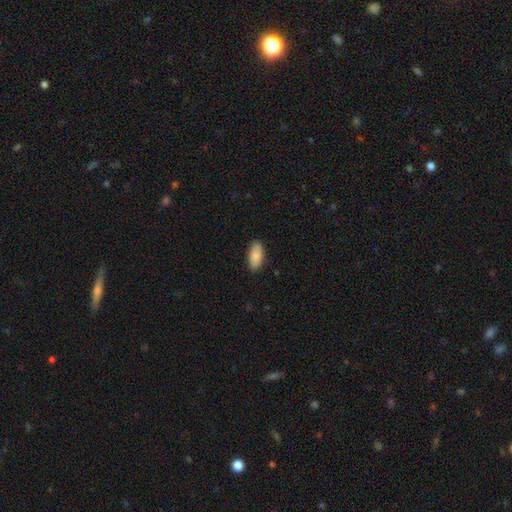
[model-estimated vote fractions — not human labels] Smooth or featured?
  - smooth: 87% *
  - featured or disk: 7%
  - star or artifact: 6%
How rounded?
  - in between: 89% *
  - cigar-shaped: 9%
  - round: 2%
Merging?
  - none: 88% *
  - minor disturbance: 9%
  - major disturbance: 2%
  - merger: 1%